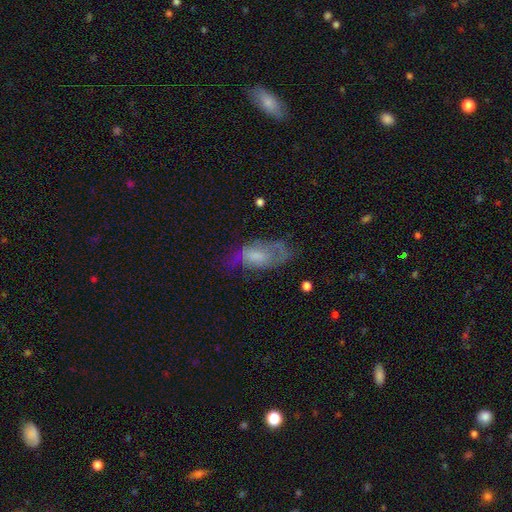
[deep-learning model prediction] The model was most divided on "smooth or featured": featured or disk: 46%, smooth: 43%, star or artifact: 11%. Remaining: merging — none (50%).